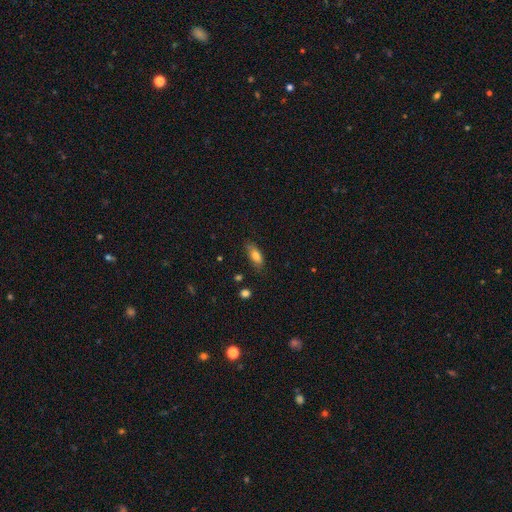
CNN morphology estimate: type=smooth (79%); roundness=in between (78%); merging=none (74%).